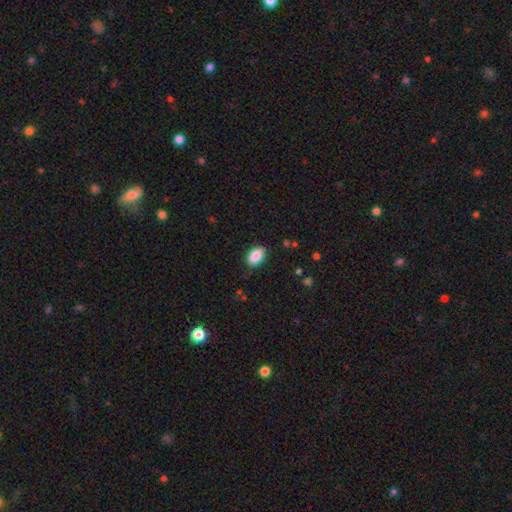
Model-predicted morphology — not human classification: Overall: smooth (88%). How rounded: in between (92%). Merging: none (84%).